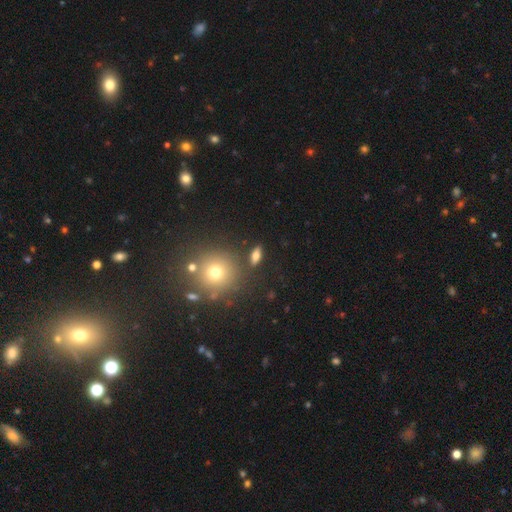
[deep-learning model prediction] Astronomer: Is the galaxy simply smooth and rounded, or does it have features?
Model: smooth — 69%.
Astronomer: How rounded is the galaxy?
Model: in between — 66%.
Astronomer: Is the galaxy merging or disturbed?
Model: none — 83%.